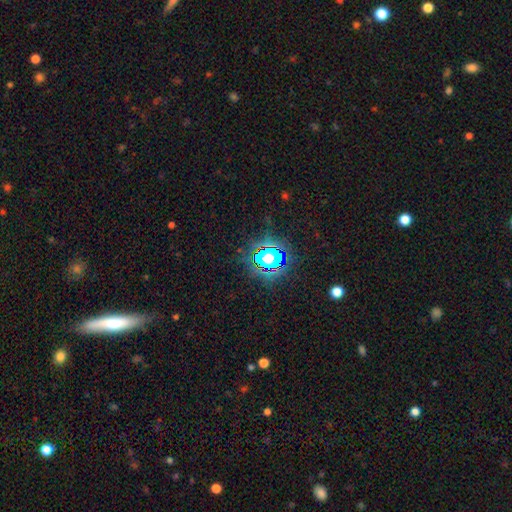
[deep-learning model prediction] star or artifact 70%, smooth 17%, featured or disk 13%.